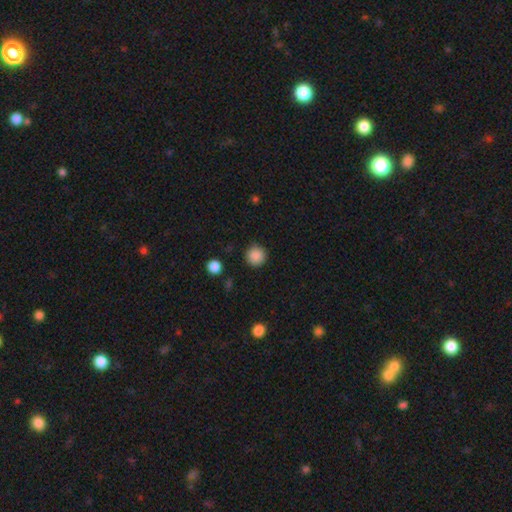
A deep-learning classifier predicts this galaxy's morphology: Smooth or featured? Predicted: smooth (p=0.87). How rounded? Predicted: round (p=0.95). Merging? Predicted: none (p=0.90).